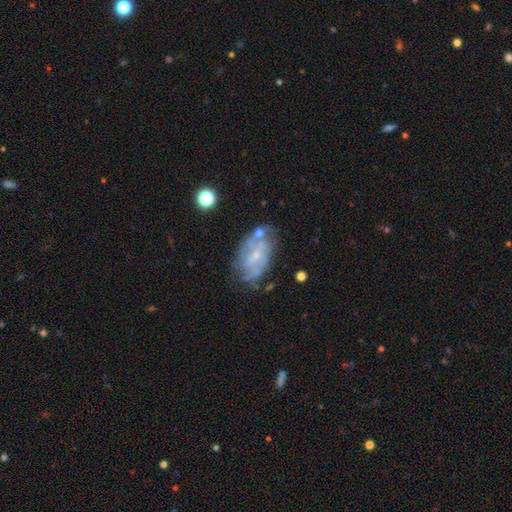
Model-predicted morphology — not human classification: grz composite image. It shows a featured or disk galaxy (70%) with no bar (51%), spiral arms (67%) and a small central bulge (68%). Merging: none (54%).